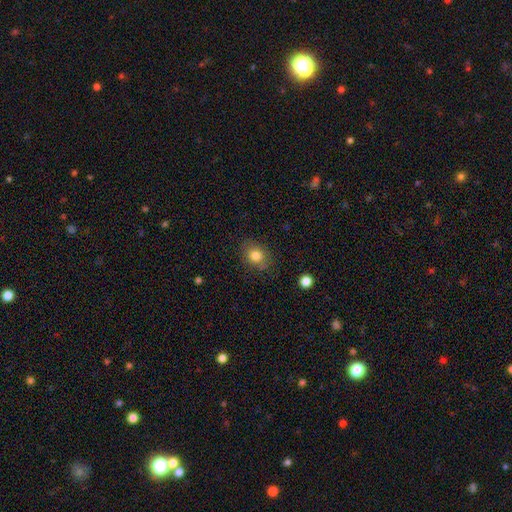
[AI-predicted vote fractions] This is clearly a smooth galaxy (81%). How rounded: possibly in between (51%). Merging: likely none (80%).